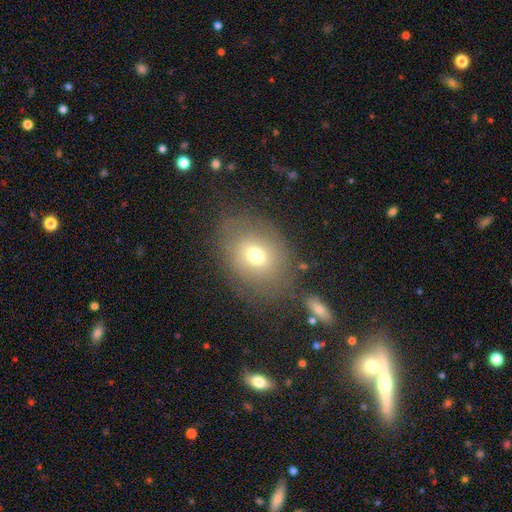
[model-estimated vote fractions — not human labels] Overall: smooth (65%). How rounded: in between (58%; round 41%). Merging: none (69%).